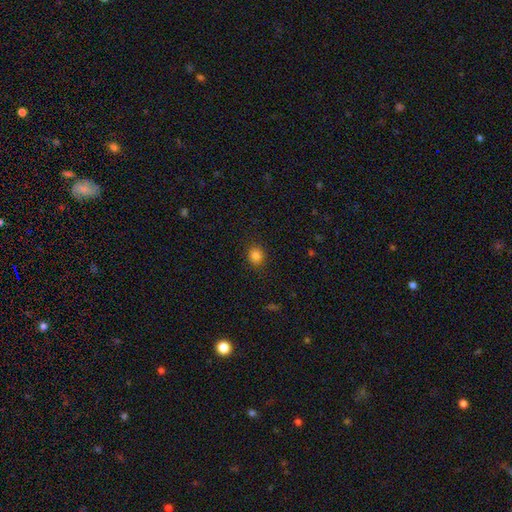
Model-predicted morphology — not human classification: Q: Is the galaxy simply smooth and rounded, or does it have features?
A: smooth — 84%.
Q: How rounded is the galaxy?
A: round — 78%.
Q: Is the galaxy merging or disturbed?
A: none — 89%.